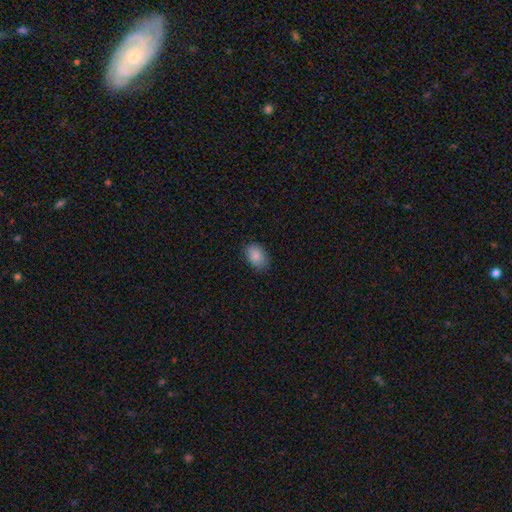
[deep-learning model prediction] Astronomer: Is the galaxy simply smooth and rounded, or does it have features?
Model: smooth — 87%.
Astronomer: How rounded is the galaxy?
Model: in between — 84%.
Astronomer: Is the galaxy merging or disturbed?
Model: none — 82%.